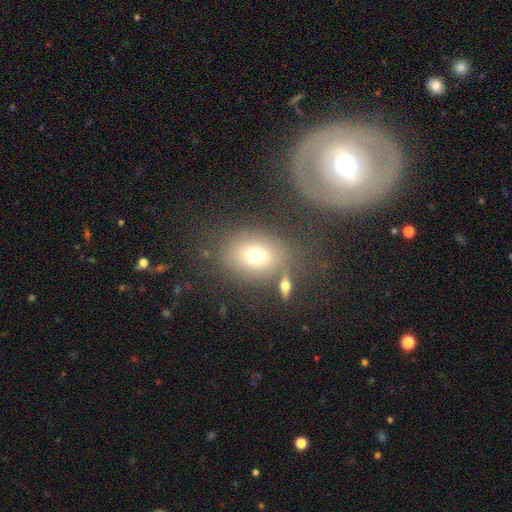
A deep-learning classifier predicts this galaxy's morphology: smooth 71%, featured or disk 15%, star or artifact 14%. Down the decision tree: how rounded — in between (52%); merging — none (71%).